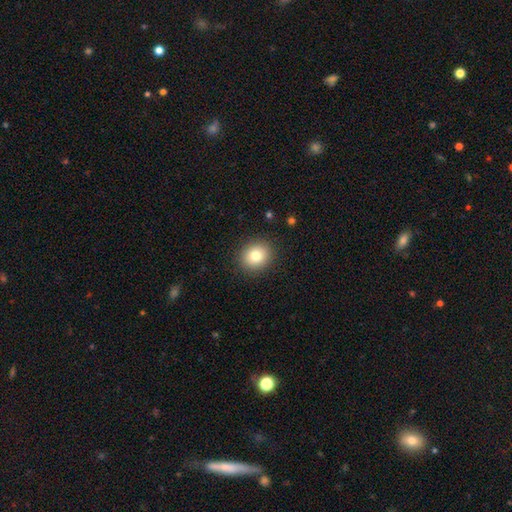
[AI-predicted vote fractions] Q: Smooth or featured?
A: smooth (80%); runner-up: star or artifact (10%)
Q: How rounded?
A: round (73%); runner-up: in between (27%)
Q: Merging?
A: none (90%); runner-up: minor disturbance (7%)